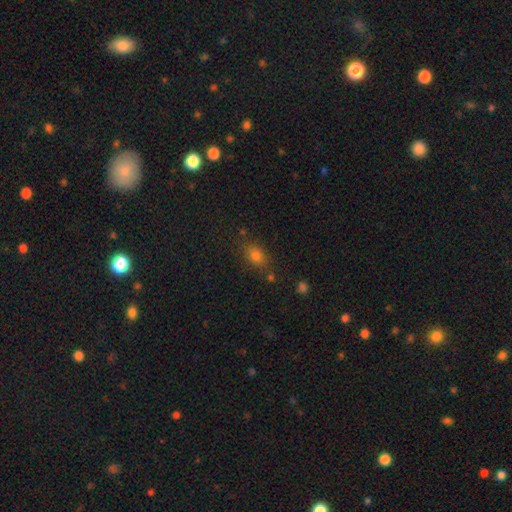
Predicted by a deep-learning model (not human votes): This appears to be a smooth galaxy with no disk features (74%) that is in between round and cigar-shaped (67%). Merging: none (78%).